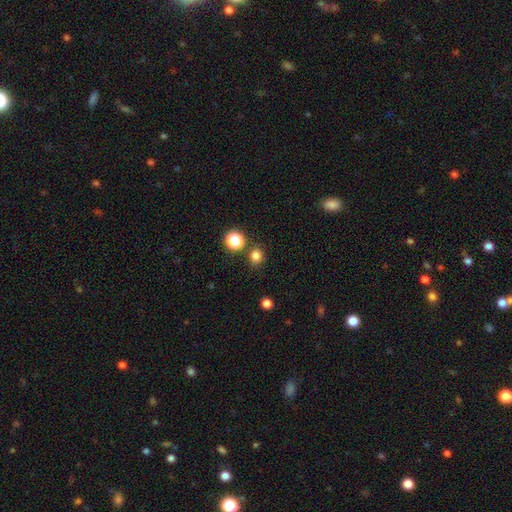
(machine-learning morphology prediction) smooth-or-featured: smooth: 80% | star or artifact: 16% | featured or disk: 4%
  how-rounded: round: 80% | in between: 19% | cigar-shaped: 1%
  merging: none: 81% | minor disturbance: 9% | merger: 8% | major disturbance: 3%